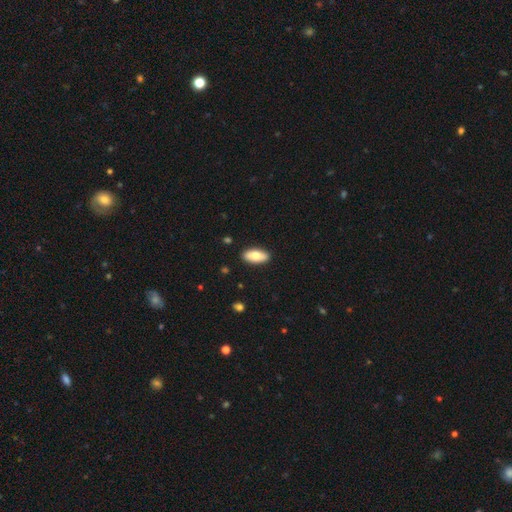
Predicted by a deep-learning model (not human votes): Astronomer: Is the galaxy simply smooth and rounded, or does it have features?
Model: smooth — 73%.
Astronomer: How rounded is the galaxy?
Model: in between — 89%.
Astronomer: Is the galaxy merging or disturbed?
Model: none — 89%.